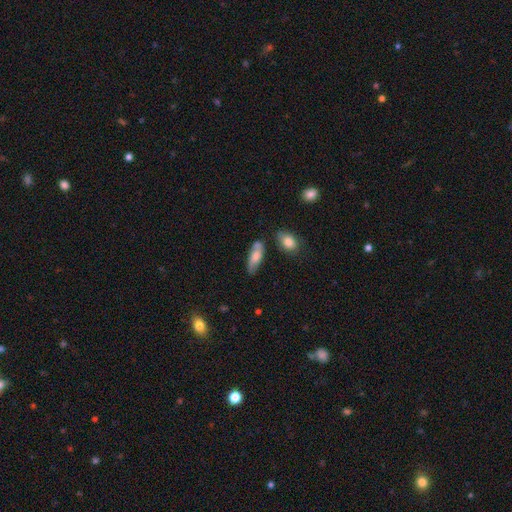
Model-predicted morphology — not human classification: Q: Smooth or featured?
A: smooth (62%); runner-up: featured or disk (30%)
Q: How rounded?
A: in between (67%); runner-up: cigar-shaped (30%)
Q: Merging?
A: none (62%); runner-up: minor disturbance (22%)